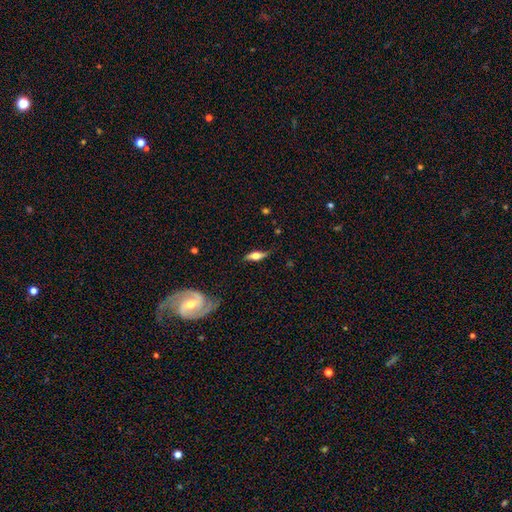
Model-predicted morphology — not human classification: Smooth or featured? Predicted: featured or disk (p=0.52). Edge-on disk? Predicted: yes (p=0.78). Merging? Predicted: none (p=0.71).